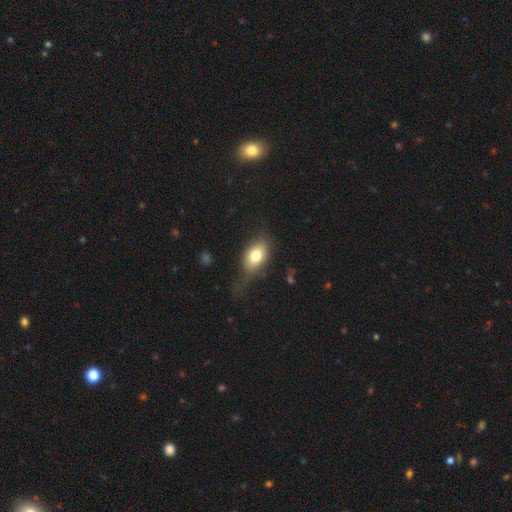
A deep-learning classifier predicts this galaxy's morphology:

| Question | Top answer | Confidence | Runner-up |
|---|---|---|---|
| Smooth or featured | smooth | 76% | featured or disk (16%) |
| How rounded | in between | 84% | round (13%) |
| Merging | none | 53% | minor disturbance (28%) |